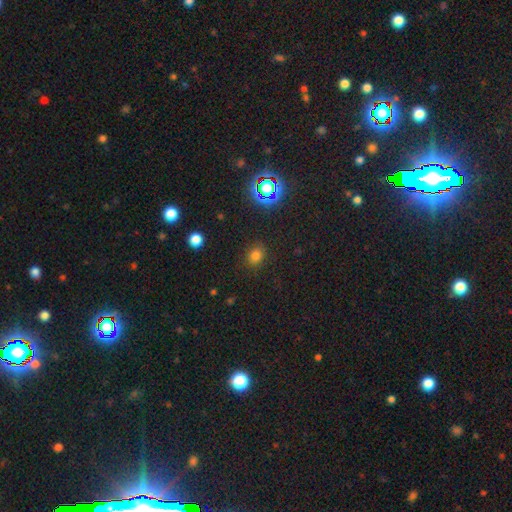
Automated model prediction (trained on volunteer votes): smooth 73%, star or artifact 21%, featured or disk 6%. Down the decision tree: how rounded — round (65%); merging — none (86%).